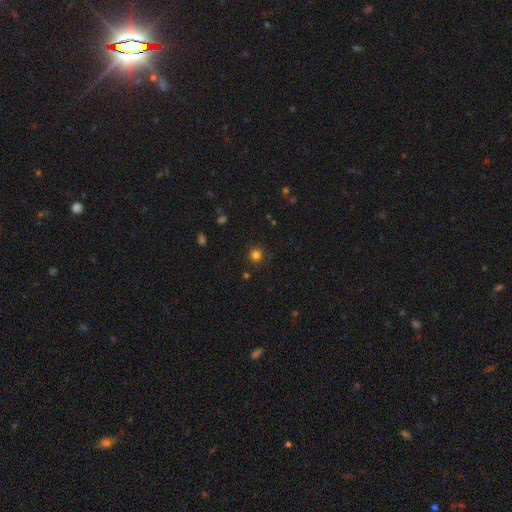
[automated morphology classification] This appears to be a smooth galaxy with no disk features (79%) that is round (93%). Merging: none (90%).